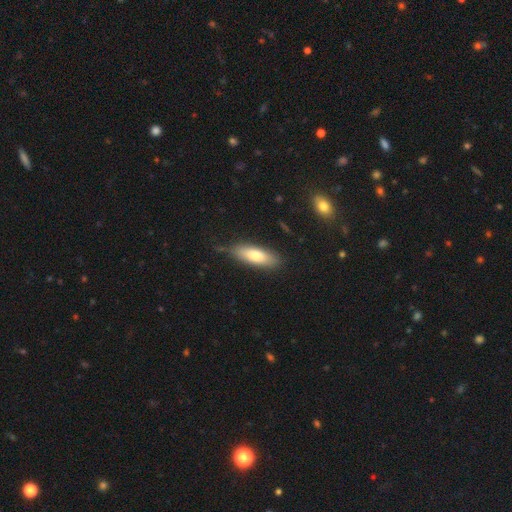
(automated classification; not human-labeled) smooth-or-featured: smooth: 75% | featured or disk: 19% | star or artifact: 6%
  how-rounded: in between: 59% | cigar-shaped: 39% | round: 2%
  merging: none: 79% | minor disturbance: 16% | major disturbance: 3% | merger: 2%